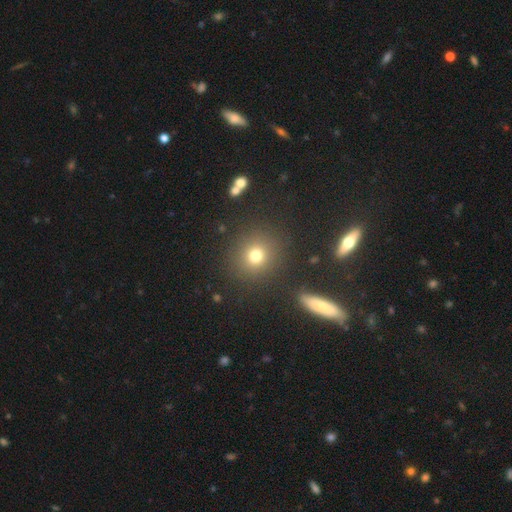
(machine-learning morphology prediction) A smooth galaxy with no disk features (75%) that is round (88%).

Vote fractions:
- Smooth or featured? smooth: 75% / star or artifact: 18% / featured or disk: 8%
- How rounded? round: 88% / in between: 11% / cigar-shaped: 1%
- Merging? none: 86% / minor disturbance: 7% / major disturbance: 3% / merger: 3%